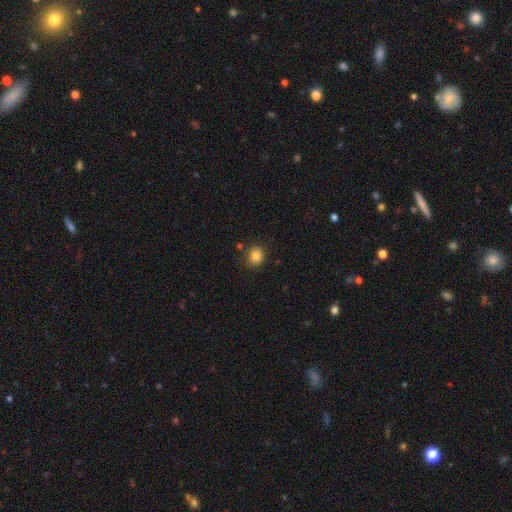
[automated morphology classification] Smooth or featured? smooth (83%)
How rounded? round (84%)
Merging? none (87%)